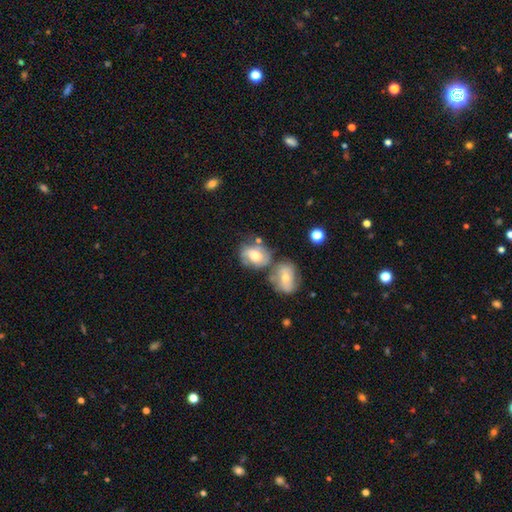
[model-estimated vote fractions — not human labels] This appears to be a smooth galaxy with no disk features (52%) that is in between round and cigar-shaped (56%). Merging: none (39%).